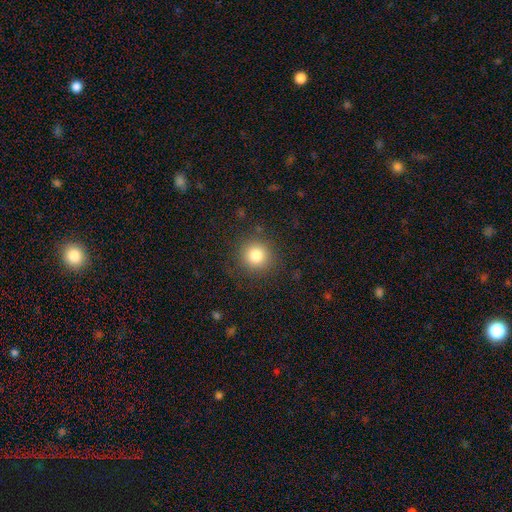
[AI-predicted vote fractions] This is likely a smooth galaxy (71%). How rounded: clearly round (96%). Merging: clearly none (93%).